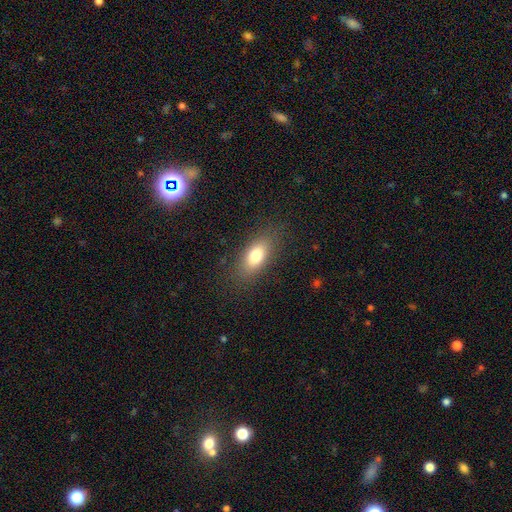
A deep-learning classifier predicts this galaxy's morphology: This appears to be a smooth galaxy with no disk features (78%) that is in between round and cigar-shaped (83%). Merging: none (83%).